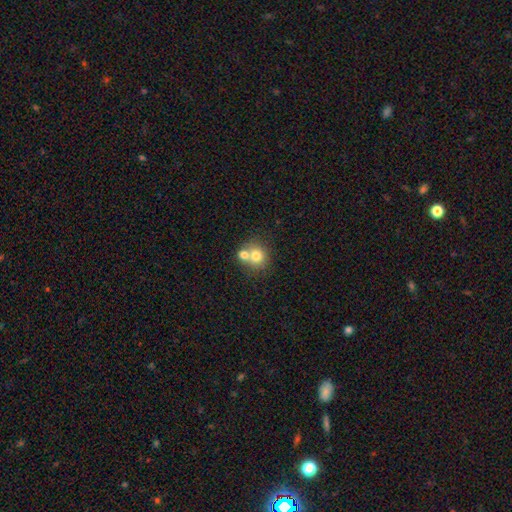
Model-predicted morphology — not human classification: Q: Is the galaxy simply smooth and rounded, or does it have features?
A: smooth — 74%.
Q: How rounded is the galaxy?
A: round — 81%.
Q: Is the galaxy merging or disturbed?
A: merger — 51%.